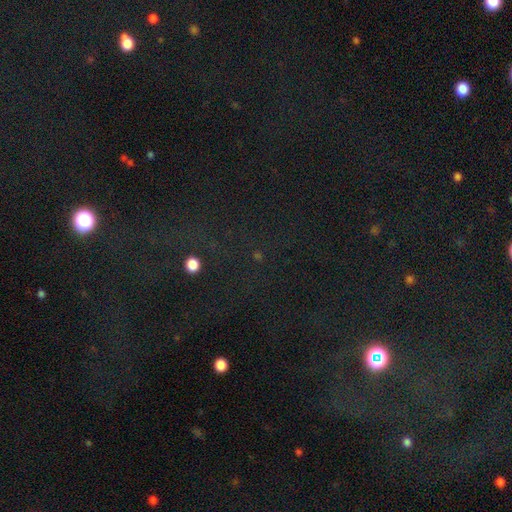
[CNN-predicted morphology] Q: Smooth or featured?
A: star or artifact (76%); runner-up: smooth (15%)